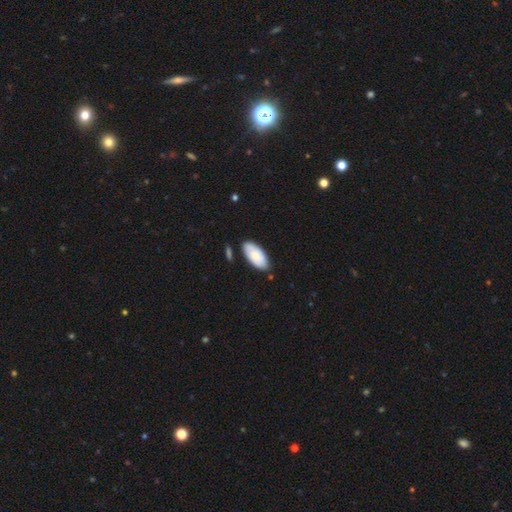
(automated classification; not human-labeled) smooth 72%, featured or disk 23%, star or artifact 6%. Down the decision tree: how rounded — in between (94%); merging — none (80%).